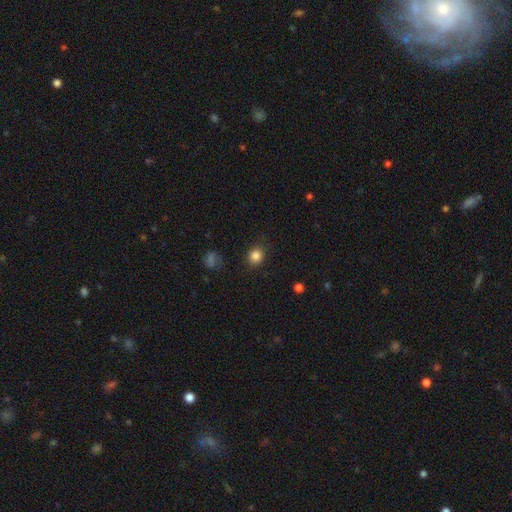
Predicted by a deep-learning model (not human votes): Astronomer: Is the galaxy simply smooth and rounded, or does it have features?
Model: smooth — 85%.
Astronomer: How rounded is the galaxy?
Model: round — 75%.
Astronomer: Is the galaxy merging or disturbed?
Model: none — 85%.